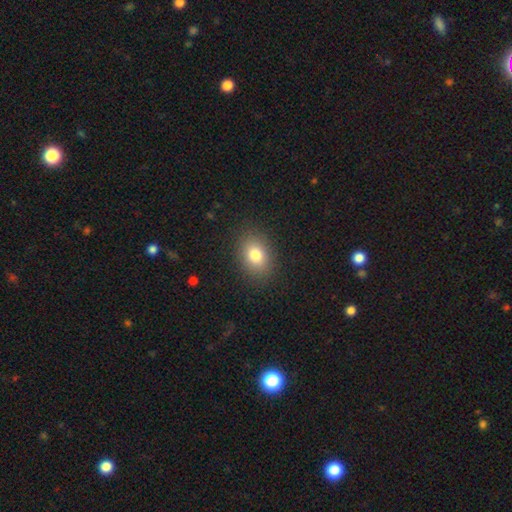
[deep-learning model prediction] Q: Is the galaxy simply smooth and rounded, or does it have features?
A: smooth — 77%.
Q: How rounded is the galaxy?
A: in between — 64%.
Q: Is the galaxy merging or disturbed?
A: none — 91%.